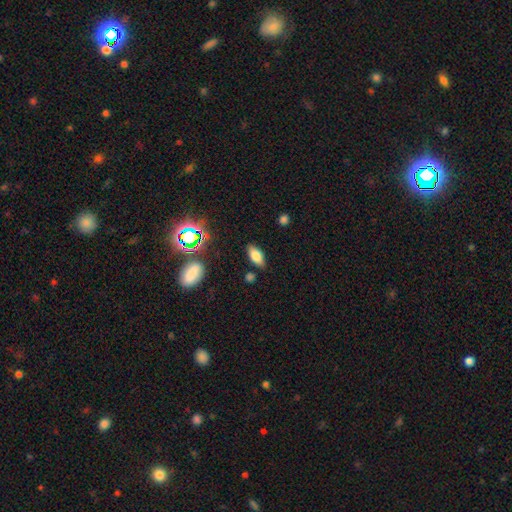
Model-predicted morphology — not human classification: smooth 74%, featured or disk 13%, star or artifact 12%. Down the decision tree: how rounded — in between (85%); merging — none (83%).